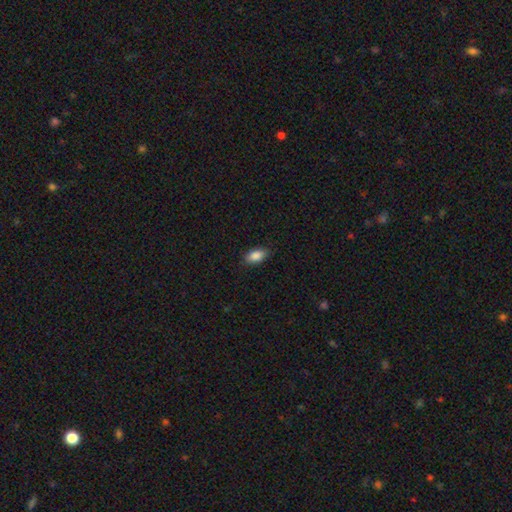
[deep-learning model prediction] Smooth or featured? smooth (88%)
How rounded? in between (91%)
Merging? none (85%)